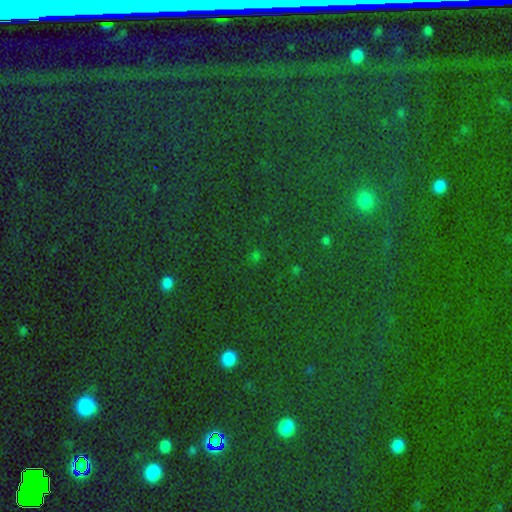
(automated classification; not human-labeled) smooth-or-featured: star or artifact: 67% | smooth: 24% | featured or disk: 9%